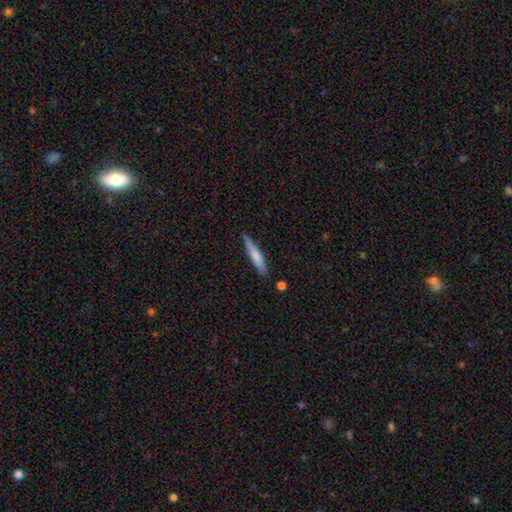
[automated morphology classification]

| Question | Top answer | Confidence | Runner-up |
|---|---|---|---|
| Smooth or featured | smooth | 70% | featured or disk (25%) |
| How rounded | cigar-shaped | 90% | in between (8%) |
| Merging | none | 83% | minor disturbance (12%) |